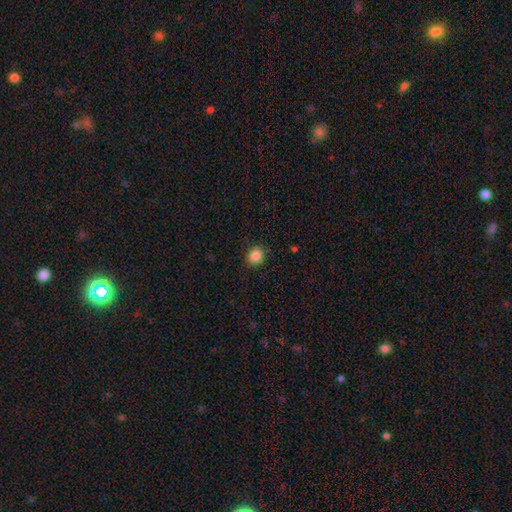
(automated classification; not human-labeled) A smooth galaxy with no disk features (86%) that is round (83%). Merging: none (89%).